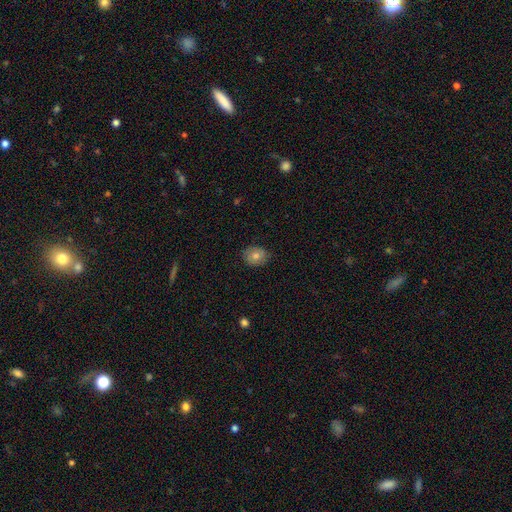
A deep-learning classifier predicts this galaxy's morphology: smooth-or-featured: smooth: 74% | featured or disk: 16% | star or artifact: 10%
  how-rounded: round: 60% | in between: 39% | cigar-shaped: 1%
  merging: none: 85% | minor disturbance: 12% | major disturbance: 2% | merger: 1%